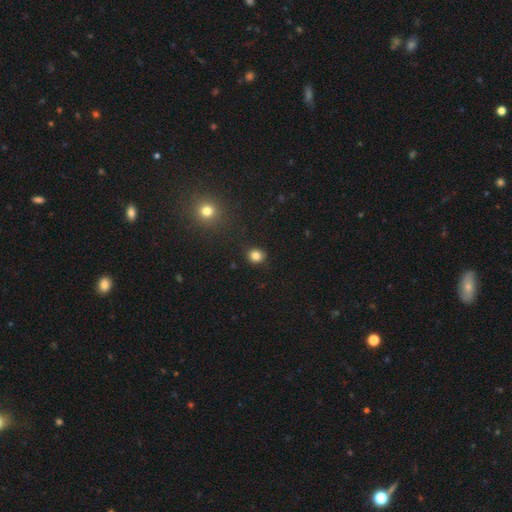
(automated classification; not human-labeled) Smooth or featured? Predicted: smooth (p=0.83). How rounded? Predicted: round (p=0.84). Merging? Predicted: none (p=0.89).